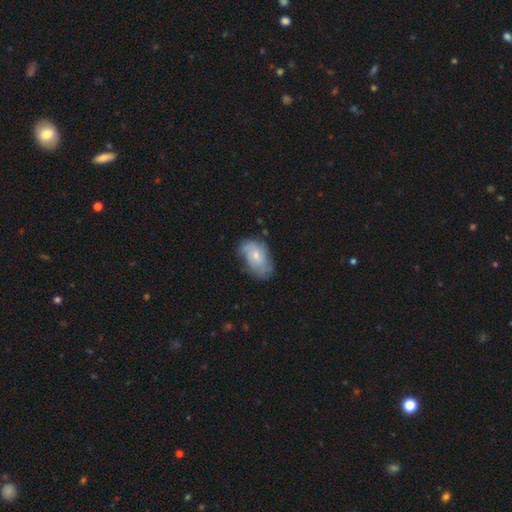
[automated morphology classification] Overall: featured or disk (54%; smooth 39%). Edge-on disk: no (96%). Bar: no (67%; weak 29%). Spiral arms: yes (78%). Bulge size: small (51%; moderate 42%). Merging: none (58%; minor disturbance 29%).